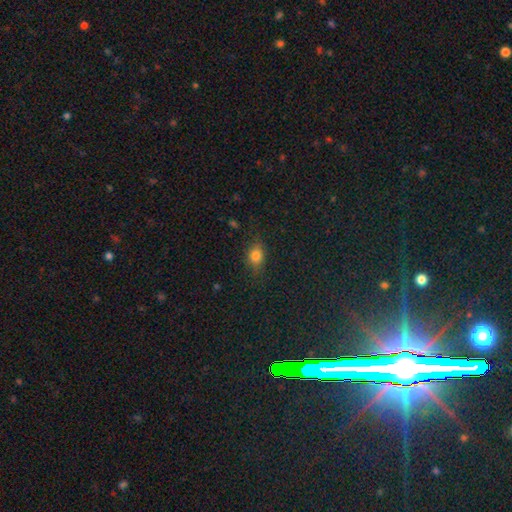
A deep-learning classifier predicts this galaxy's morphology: Smooth or featured: smooth — 78% (star or artifact — 13%)
How rounded: in between — 63% (round — 34%)
Merging: none — 78% (minor disturbance — 16%)